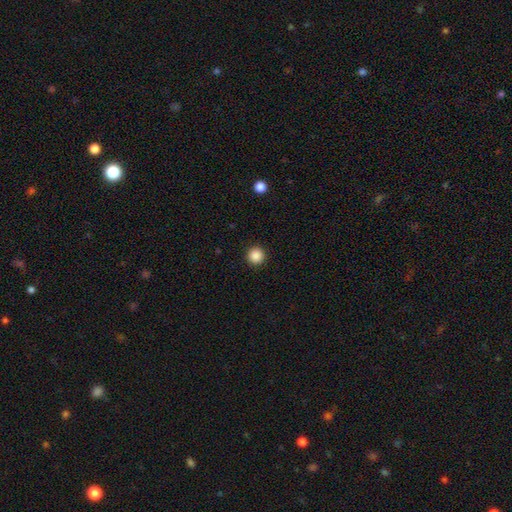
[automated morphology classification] Overall: smooth (87%). How rounded: round (95%). Merging: none (93%).